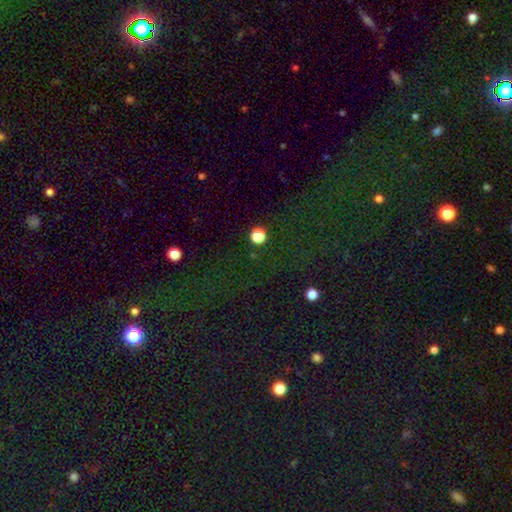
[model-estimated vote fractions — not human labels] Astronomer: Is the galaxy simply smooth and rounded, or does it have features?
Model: star or artifact — 67%.